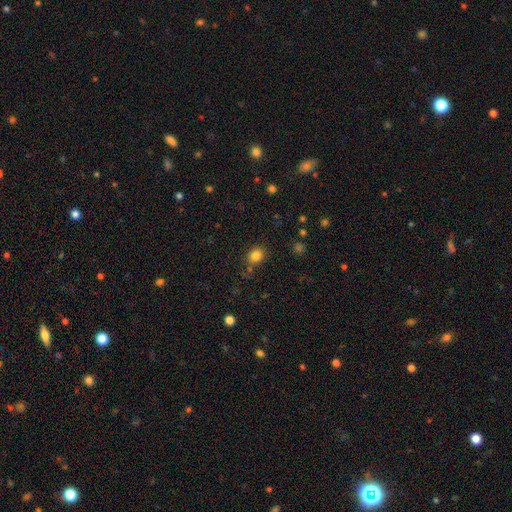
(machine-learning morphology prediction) This is clearly a smooth galaxy (83%). How rounded: likely round (65%). Merging: likely none (78%).